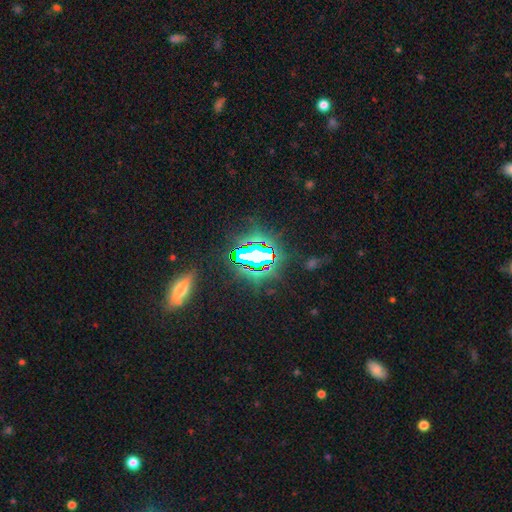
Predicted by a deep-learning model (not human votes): Smooth or featured?
  - star or artifact: 77% *
  - smooth: 12%
  - featured or disk: 11%